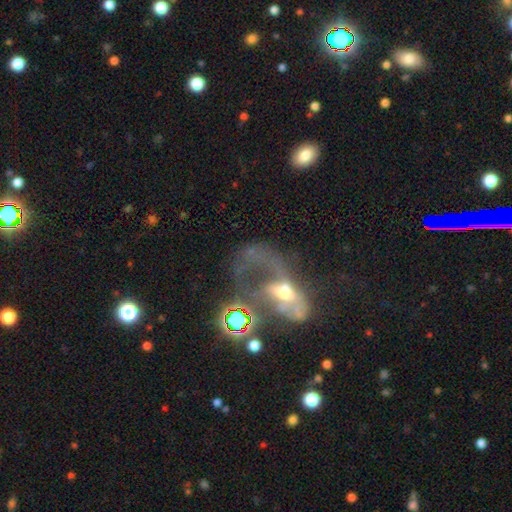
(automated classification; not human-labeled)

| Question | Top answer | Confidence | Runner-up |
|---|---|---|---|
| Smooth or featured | featured or disk | 61% | smooth (23%) |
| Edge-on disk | no | 90% | yes (10%) |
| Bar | no | 65% | weak (24%) |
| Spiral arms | no | 54% | yes (46%) |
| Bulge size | moderate | 58% | small (24%) |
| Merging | major disturbance | 56% | merger (17%) |